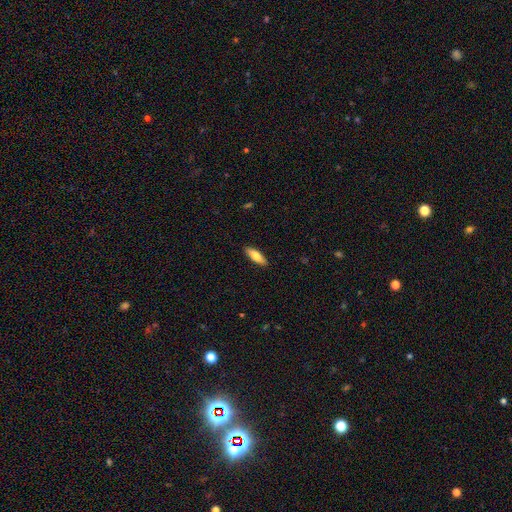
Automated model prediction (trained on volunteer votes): smooth-or-featured: smooth: 76% | featured or disk: 18% | star or artifact: 6%
  how-rounded: in between: 53% | cigar-shaped: 45% | round: 2%
  merging: none: 89% | minor disturbance: 8% | major disturbance: 2% | merger: 1%